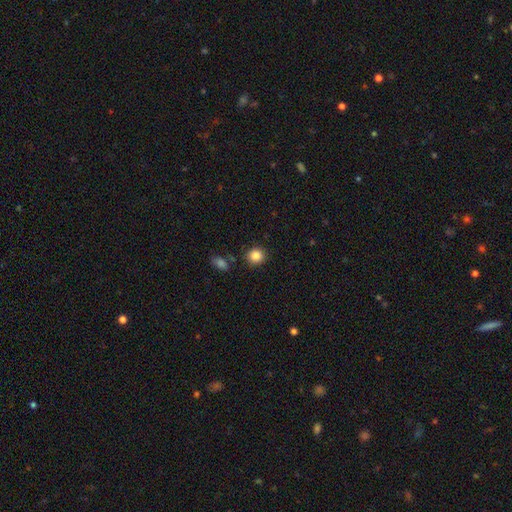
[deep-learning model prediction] smooth-or-featured: smooth: 86% | star or artifact: 10% | featured or disk: 5%
  how-rounded: round: 86% | in between: 13% | cigar-shaped: 1%
  merging: none: 87% | minor disturbance: 8% | merger: 3% | major disturbance: 2%